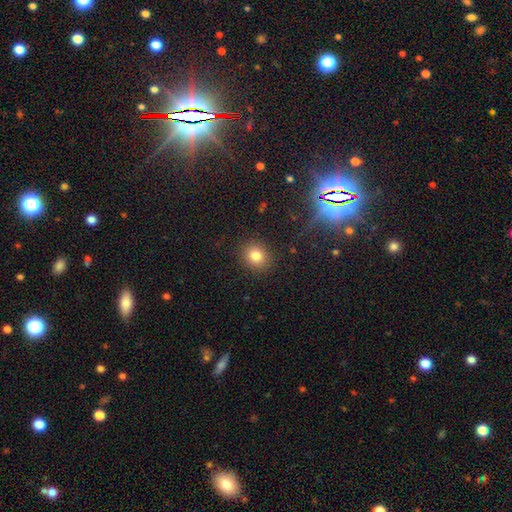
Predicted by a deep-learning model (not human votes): This appears to be a smooth galaxy with no disk features (80%) that is round (76%). Merging: none (89%).